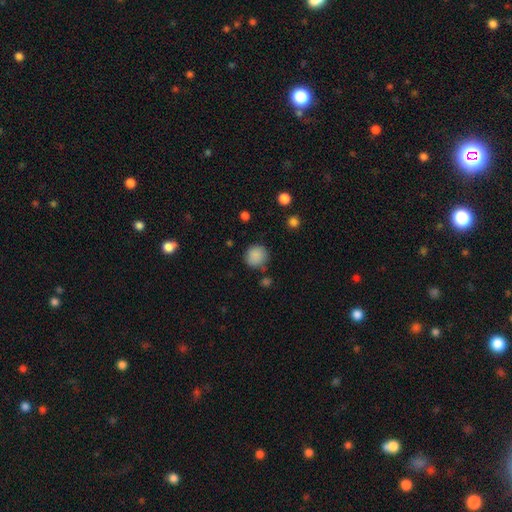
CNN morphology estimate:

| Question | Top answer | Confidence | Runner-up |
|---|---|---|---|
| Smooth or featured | smooth | 87% | star or artifact (9%) |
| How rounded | round | 90% | in between (9%) |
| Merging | none | 79% | minor disturbance (13%) |